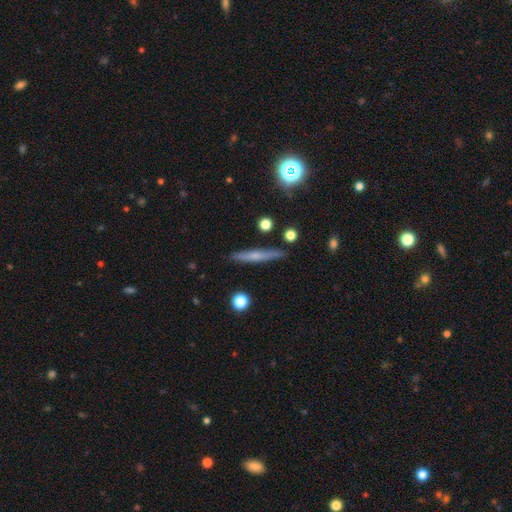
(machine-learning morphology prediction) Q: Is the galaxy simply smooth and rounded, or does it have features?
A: featured or disk — 46%.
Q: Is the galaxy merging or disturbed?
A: none — 88%.